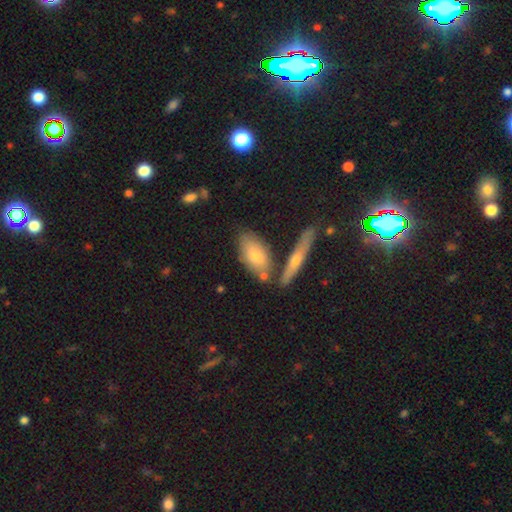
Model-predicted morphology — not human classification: The model was most divided on "smooth or featured": smooth: 67%, featured or disk: 26%, star or artifact: 7%. More confident: how rounded — in between (79%); merging — none (65%).